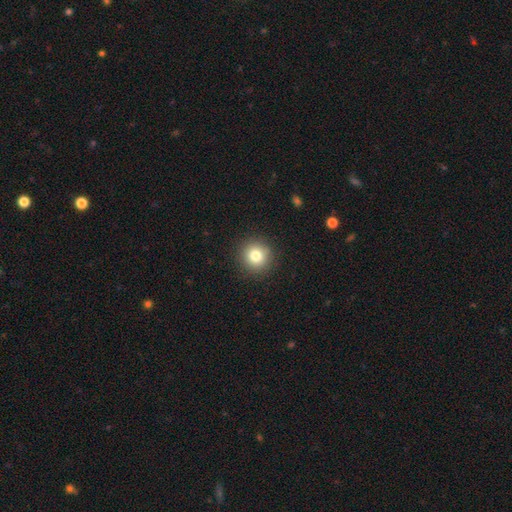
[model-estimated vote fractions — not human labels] smooth 81%, star or artifact 11%, featured or disk 7%. Down the decision tree: how rounded — round (93%); merging — none (91%).